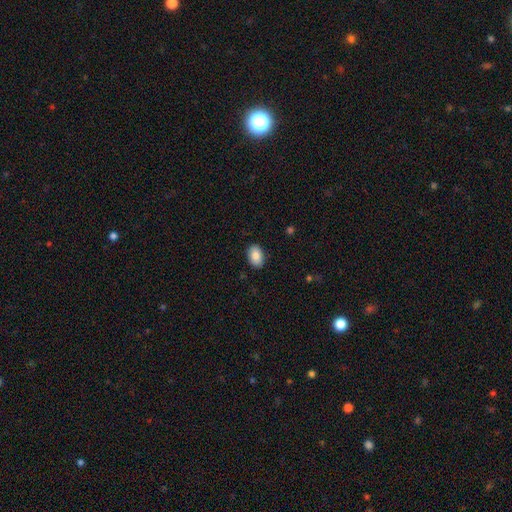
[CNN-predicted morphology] Smooth or featured: smooth — 86% (star or artifact — 7%)
How rounded: in between — 86% (round — 12%)
Merging: none — 89% (minor disturbance — 8%)